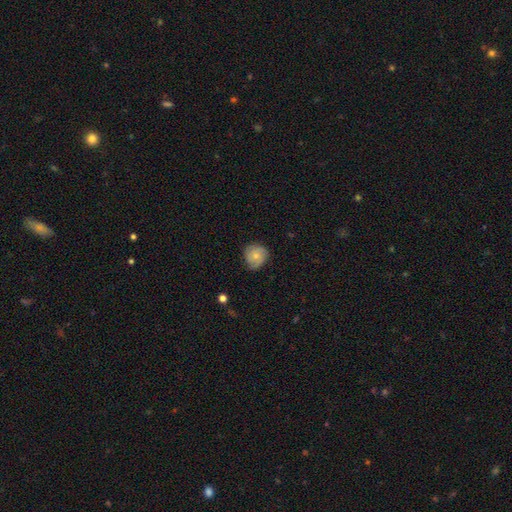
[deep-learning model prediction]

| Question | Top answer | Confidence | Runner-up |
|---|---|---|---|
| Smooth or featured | smooth | 58% | featured or disk (35%) |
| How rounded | round | 86% | in between (13%) |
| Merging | none | 70% | minor disturbance (24%) |